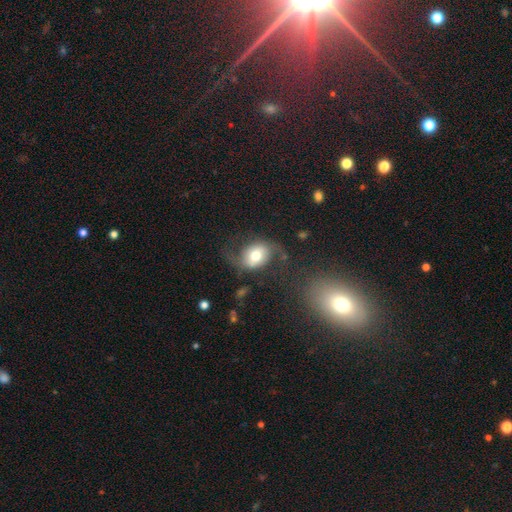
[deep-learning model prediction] Smooth or featured? Predicted: featured or disk (p=0.57). Edge-on disk? Predicted: no (p=0.96). Bar? Predicted: no (p=0.57). Spiral arms? Predicted: yes (p=0.83). Bulge size? Predicted: moderate (p=0.64). Merging? Predicted: none (p=0.58).